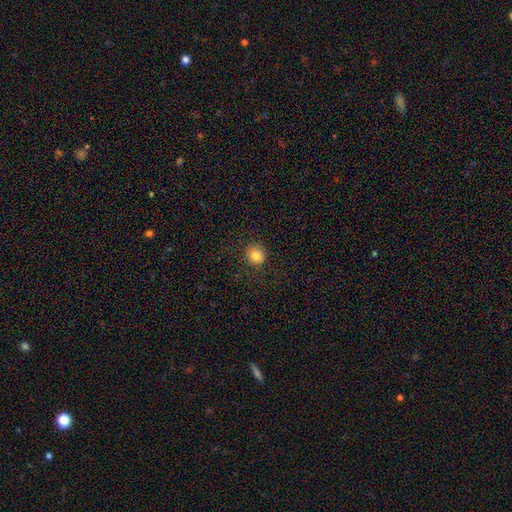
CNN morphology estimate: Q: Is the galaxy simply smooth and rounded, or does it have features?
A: smooth — 83%.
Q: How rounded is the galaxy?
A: round — 87%.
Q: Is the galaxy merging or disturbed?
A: none — 87%.